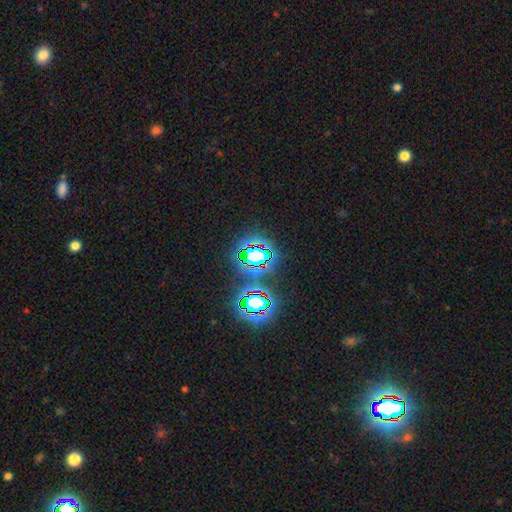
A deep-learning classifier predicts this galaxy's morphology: Overall: star or artifact (69%).